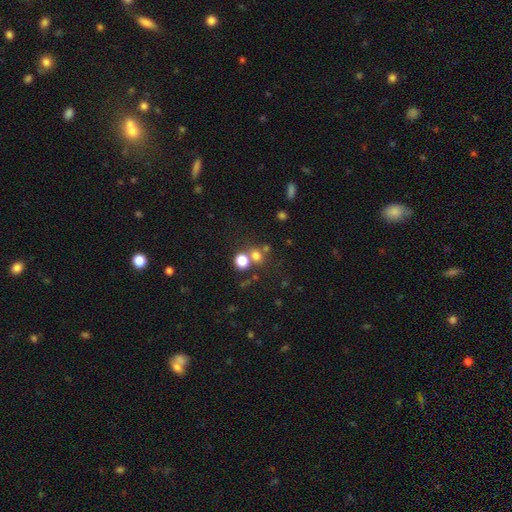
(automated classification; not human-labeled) Morphology: type=smooth (70%); roundness=round (77%); merging=none (58%).